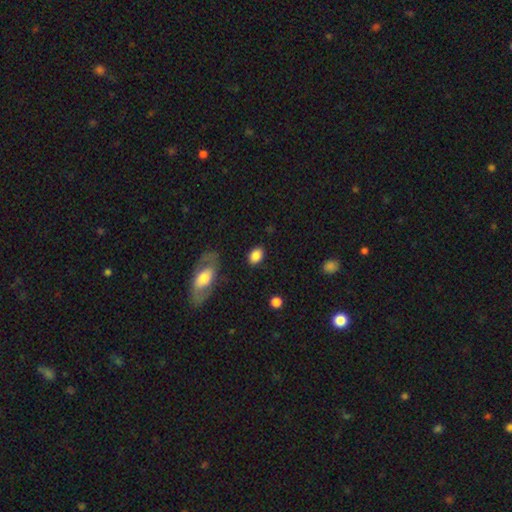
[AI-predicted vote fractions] Q: Smooth or featured?
A: smooth (86%); runner-up: star or artifact (8%)
Q: How rounded?
A: in between (77%); runner-up: round (22%)
Q: Merging?
A: none (85%); runner-up: minor disturbance (10%)